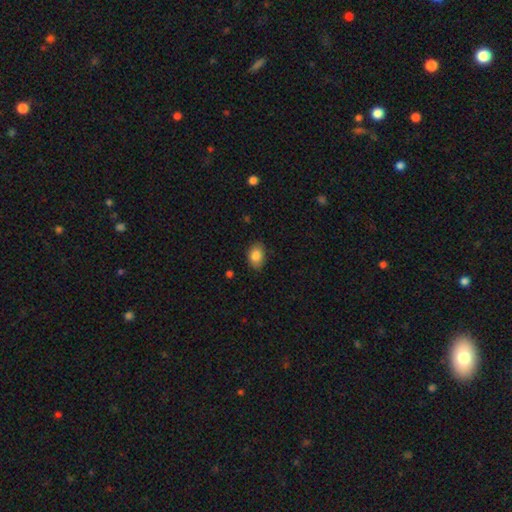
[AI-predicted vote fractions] A smooth galaxy with no disk features (85%) that is in between round and cigar-shaped (79%).

Vote fractions:
- Smooth or featured? smooth: 85% / star or artifact: 8% / featured or disk: 7%
- How rounded? in between: 79% / round: 20% / cigar-shaped: 1%
- Merging? none: 84% / minor disturbance: 13% / major disturbance: 2% / merger: 1%